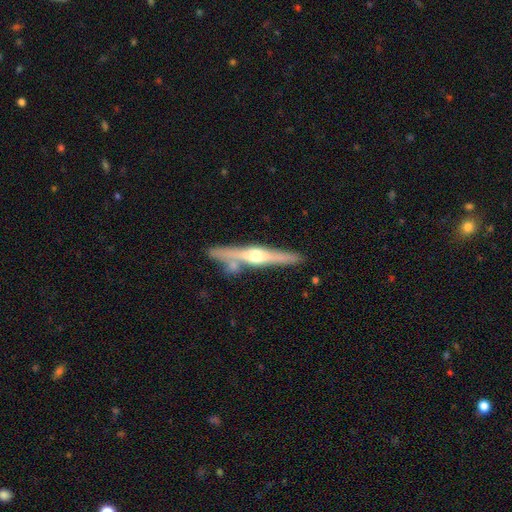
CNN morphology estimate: type=featured or disk (73%); edge-on=yes (97%); edge-on bulge=rounded (92%); merging=none (78%).